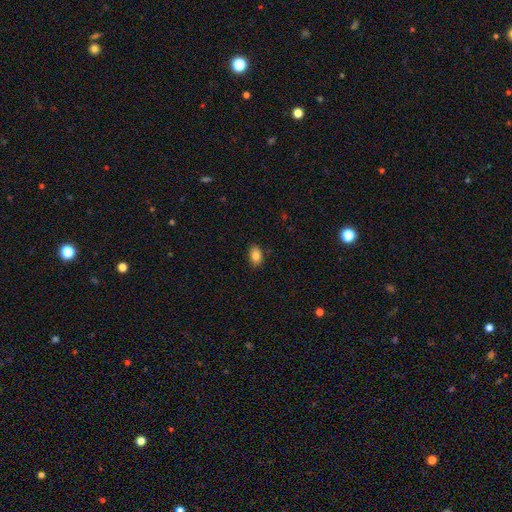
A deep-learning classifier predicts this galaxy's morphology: type=smooth (85%); roundness=in between (85%); merging=none (85%).